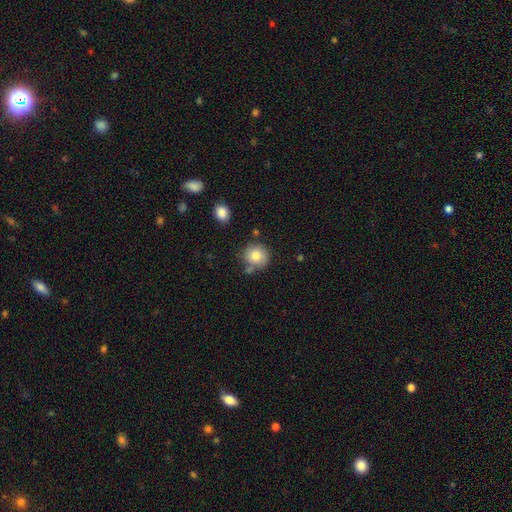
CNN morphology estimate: This is clearly a smooth galaxy (82%). How rounded: clearly round (88%). Merging: likely none (69%).